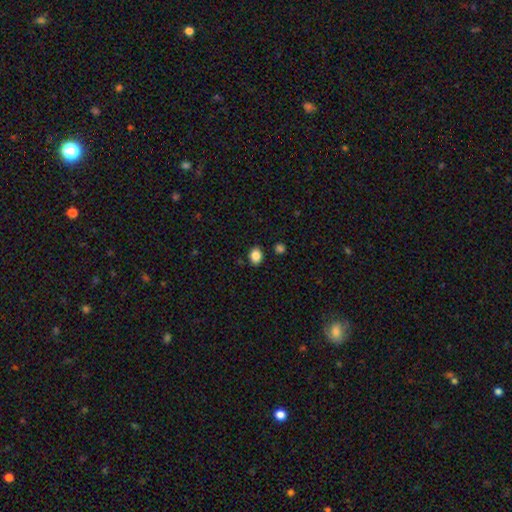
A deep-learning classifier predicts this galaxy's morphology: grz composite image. It shows a smooth galaxy with no disk features (86%) that is in between round and cigar-shaped (55%). Merging: none (86%).